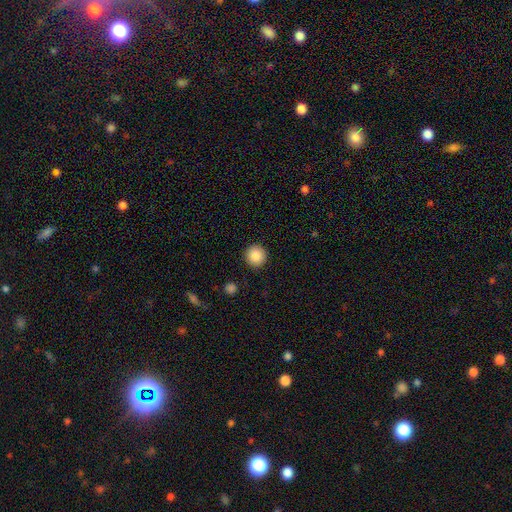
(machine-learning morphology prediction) Smooth or featured? Predicted: smooth (p=0.86). How rounded? Predicted: round (p=0.96). Merging? Predicted: none (p=0.92).